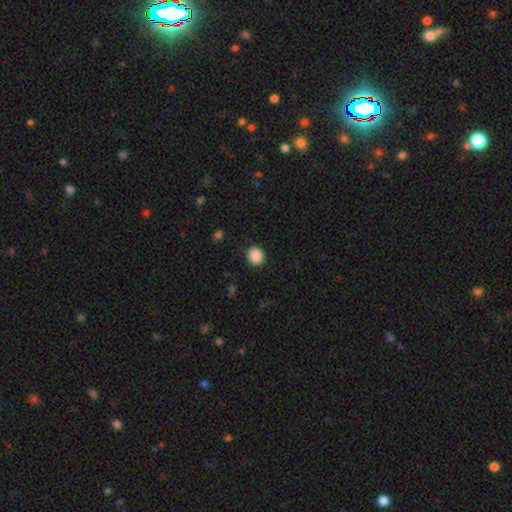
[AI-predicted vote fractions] Smooth or featured?
  - smooth: 89% *
  - star or artifact: 9%
  - featured or disk: 2%
How rounded?
  - round: 85% *
  - in between: 15%
  - cigar-shaped: 1%
Merging?
  - none: 90% *
  - minor disturbance: 7%
  - major disturbance: 2%
  - merger: 1%